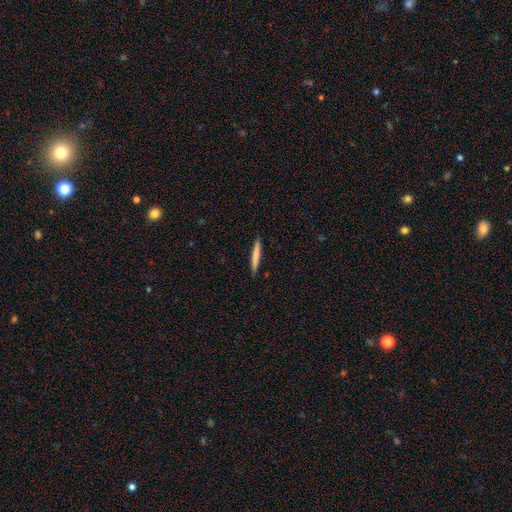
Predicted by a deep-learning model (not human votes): This is likely a smooth galaxy (75%). How rounded: clearly cigar-shaped (96%). Merging: clearly none (91%).